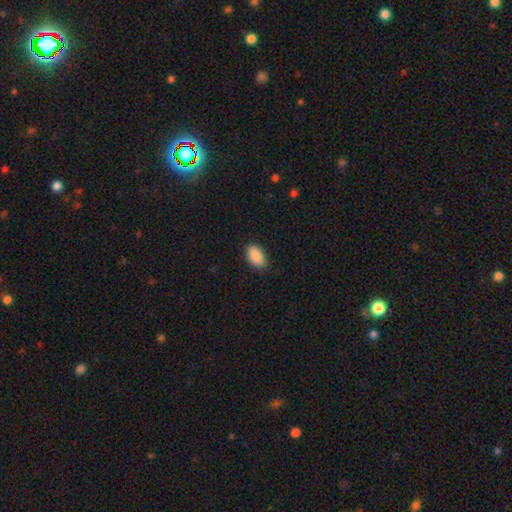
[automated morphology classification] Smooth or featured: smooth — 90% (star or artifact — 7%)
How rounded: in between — 93% (round — 5%)
Merging: none — 85% (minor disturbance — 12%)